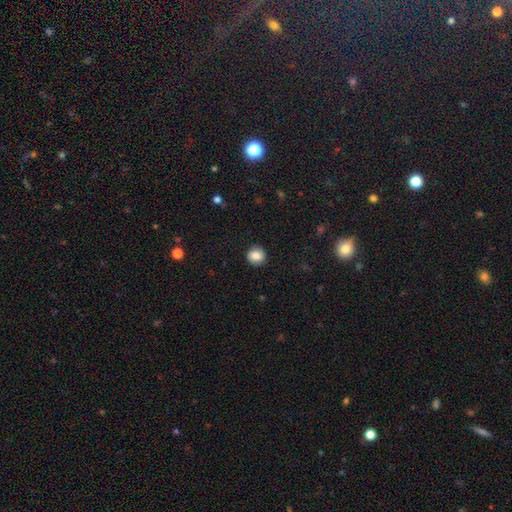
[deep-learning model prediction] Q: Smooth or featured?
A: smooth (80%); runner-up: featured or disk (11%)
Q: How rounded?
A: round (89%); runner-up: in between (10%)
Q: Merging?
A: none (89%); runner-up: minor disturbance (8%)